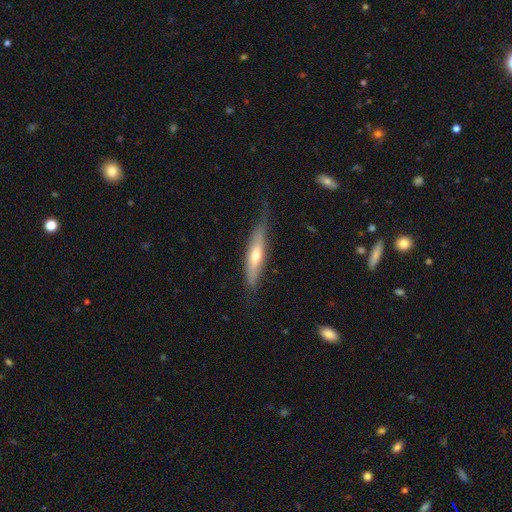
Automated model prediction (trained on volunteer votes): Smooth or featured: featured or disk — 48% (smooth — 46%)
Merging: none — 64% (minor disturbance — 26%)